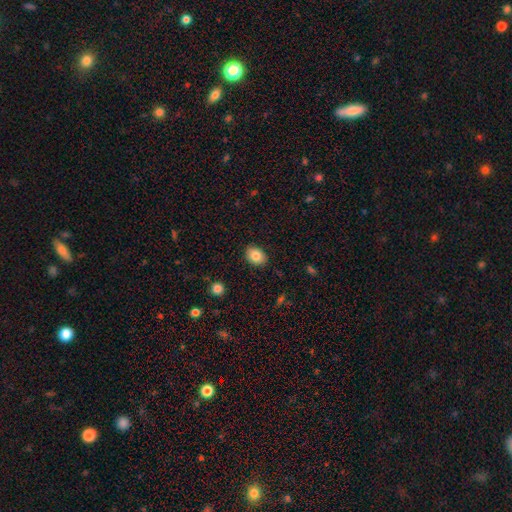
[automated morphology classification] smooth-or-featured: smooth: 84% | featured or disk: 8% | star or artifact: 8%
  how-rounded: in between: 73% | round: 26% | cigar-shaped: 1%
  merging: none: 87% | minor disturbance: 9% | major disturbance: 2% | merger: 1%